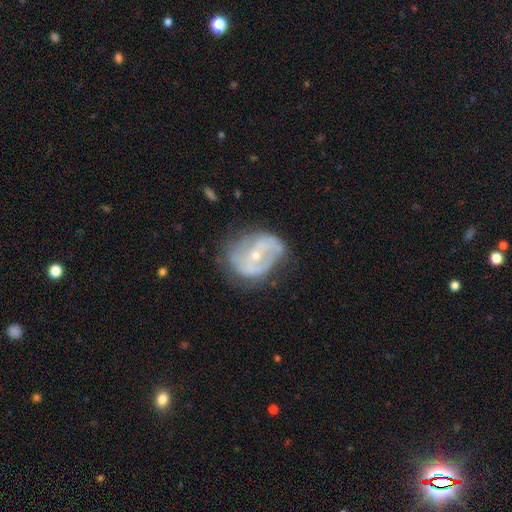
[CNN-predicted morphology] This is likely a featured or disk galaxy (71%). It is clearly not viewed edge-on (96%). Bar: possibly no (46%). Spiral arm pattern: likely yes (65%). Central bulge: likely small (63%). Merging: possibly none (49%).